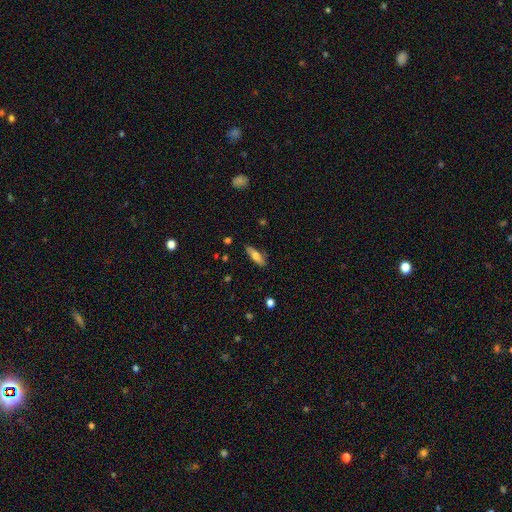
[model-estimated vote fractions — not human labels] A smooth galaxy with no disk features (70%) that is in between round and cigar-shaped (57%).

Vote fractions:
- Smooth or featured? smooth: 70% / featured or disk: 23% / star or artifact: 7%
- How rounded? in between: 57% / cigar-shaped: 41% / round: 2%
- Merging? none: 81% / minor disturbance: 14% / major disturbance: 3% / merger: 1%